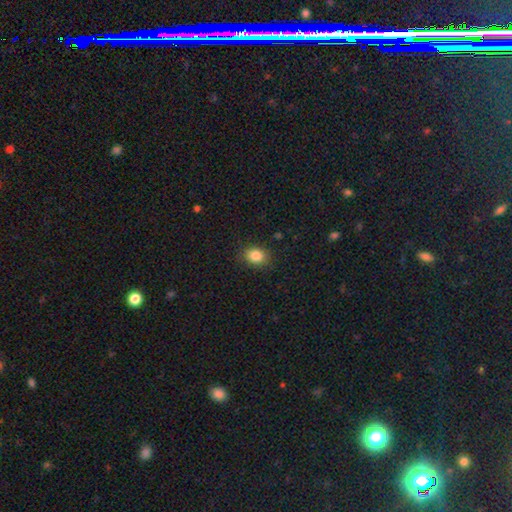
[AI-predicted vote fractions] Overall: smooth (85%). How rounded: in between (53%; round 46%). Merging: none (86%).